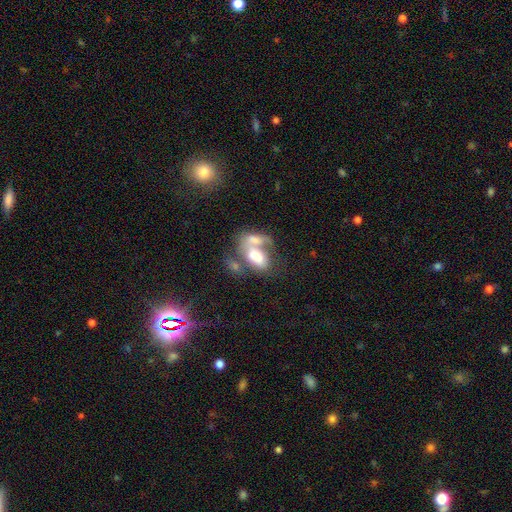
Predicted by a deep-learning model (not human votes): Smooth or featured? Predicted: smooth (p=0.63). How rounded? Predicted: in between (p=0.90). Merging? Predicted: merger (p=0.64).